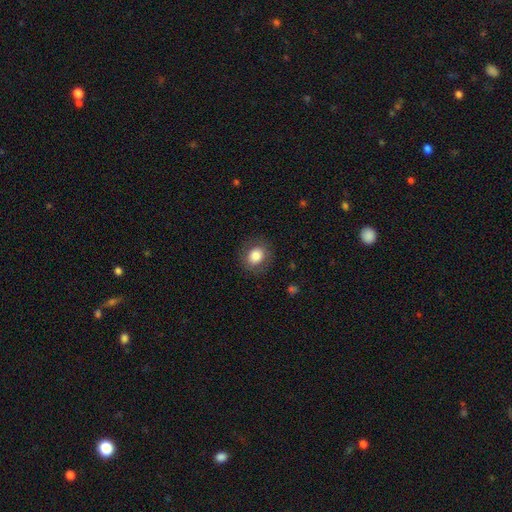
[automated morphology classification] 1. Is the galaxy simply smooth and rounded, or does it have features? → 81% smooth, 10% featured or disk, 9% star or artifact.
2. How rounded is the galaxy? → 65% round, 34% in between, 1% cigar-shaped.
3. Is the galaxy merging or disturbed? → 85% none, 10% minor disturbance, 4% major disturbance, 1% merger.